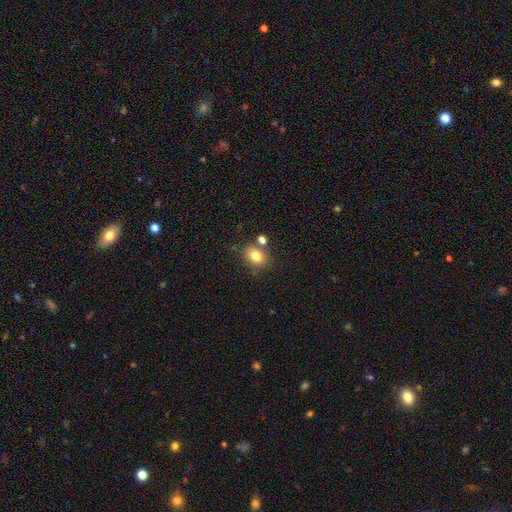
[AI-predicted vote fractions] This appears to be a smooth galaxy with no disk features (79%) that is round (50%). Merging: none (69%).